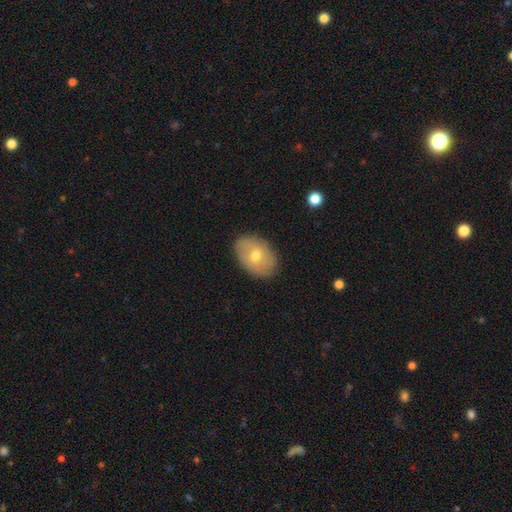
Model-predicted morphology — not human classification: Smooth or featured? Predicted: smooth (p=0.61). How rounded? Predicted: in between (p=0.80). Merging? Predicted: none (p=0.85).